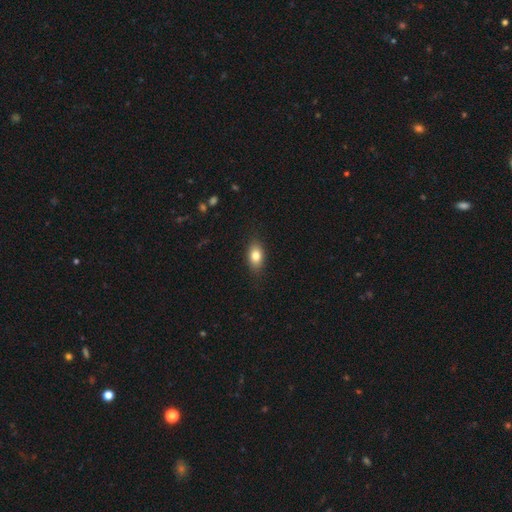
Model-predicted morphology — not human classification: type=smooth (81%); roundness=in between (85%); merging=none (85%).